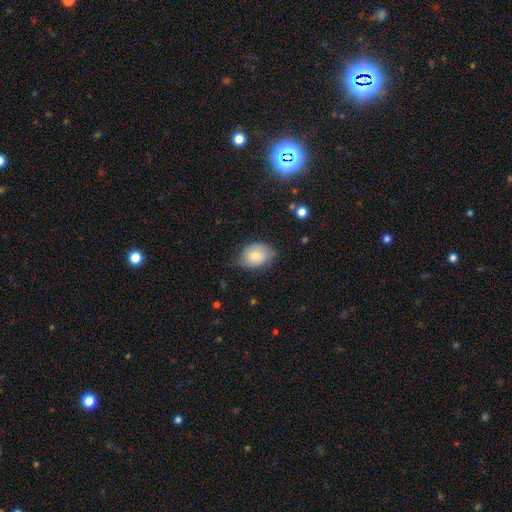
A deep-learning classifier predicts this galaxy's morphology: smooth_or_featured: smooth (p=0.79) [alt: featured or disk p=0.14]
how_rounded: in between (p=0.74) [alt: round p=0.25]
merging: none (p=0.65) [alt: minor disturbance p=0.29]